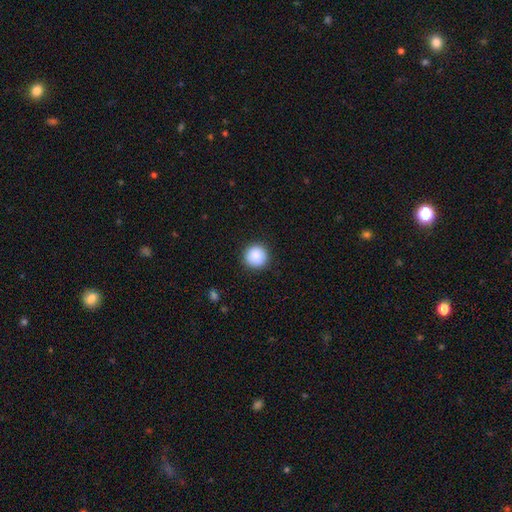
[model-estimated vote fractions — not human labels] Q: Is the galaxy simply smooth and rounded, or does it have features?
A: smooth — 89%.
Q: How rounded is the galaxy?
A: round — 95%.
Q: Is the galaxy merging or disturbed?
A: none — 90%.